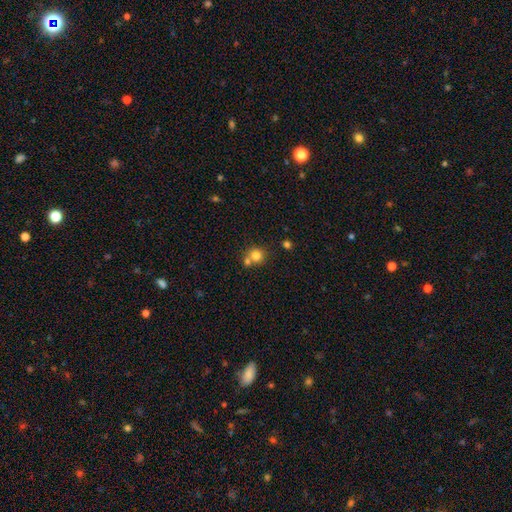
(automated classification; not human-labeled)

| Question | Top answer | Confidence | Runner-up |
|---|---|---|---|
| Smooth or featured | smooth | 79% | star or artifact (12%) |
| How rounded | round | 87% | in between (12%) |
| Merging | none | 54% | merger (36%) |